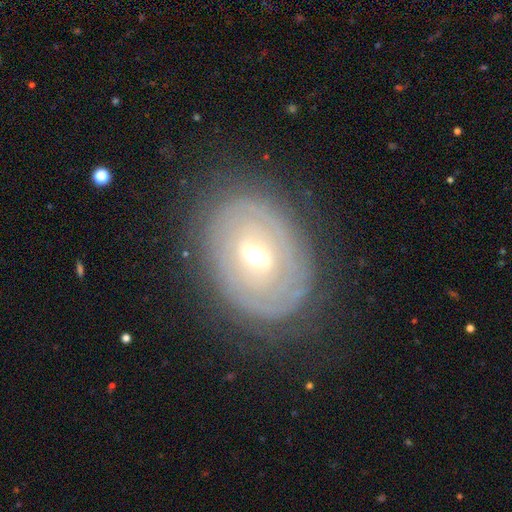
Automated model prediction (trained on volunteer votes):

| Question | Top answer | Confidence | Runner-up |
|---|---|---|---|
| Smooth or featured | featured or disk | 73% | smooth (20%) |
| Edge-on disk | no | 94% | yes (6%) |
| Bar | weak | 48% | no (35%) |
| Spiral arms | yes | 64% | no (36%) |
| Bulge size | moderate | 63% | small (31%) |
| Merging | none | 79% | minor disturbance (14%) |